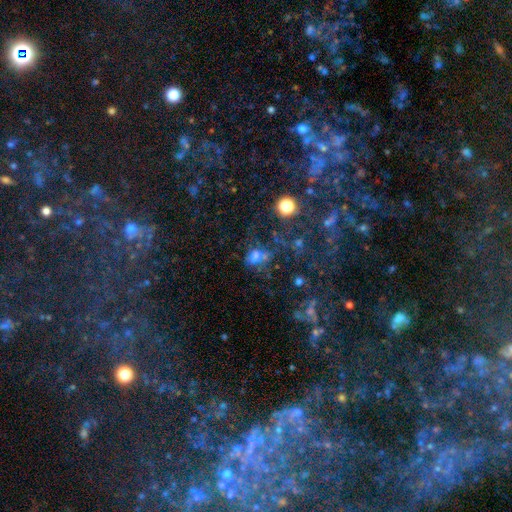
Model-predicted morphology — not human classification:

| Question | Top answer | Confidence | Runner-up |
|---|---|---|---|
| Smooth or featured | smooth | 49% | star or artifact (28%) |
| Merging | none | 37% | merger (25%) |